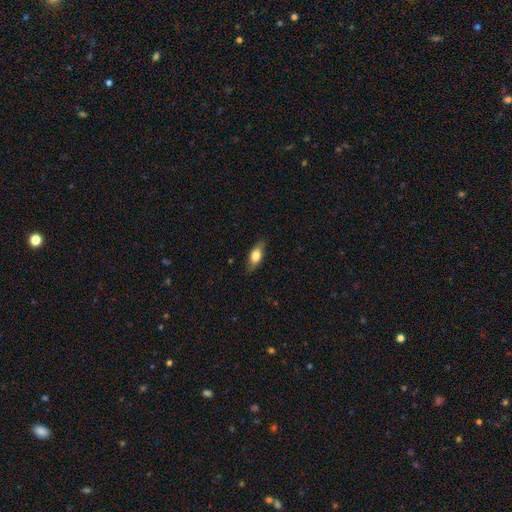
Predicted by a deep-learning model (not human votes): The model was most divided on "smooth or featured": smooth: 68%, featured or disk: 26%, star or artifact: 7%. More confident: merging — none (81%); how rounded — in between (80%).